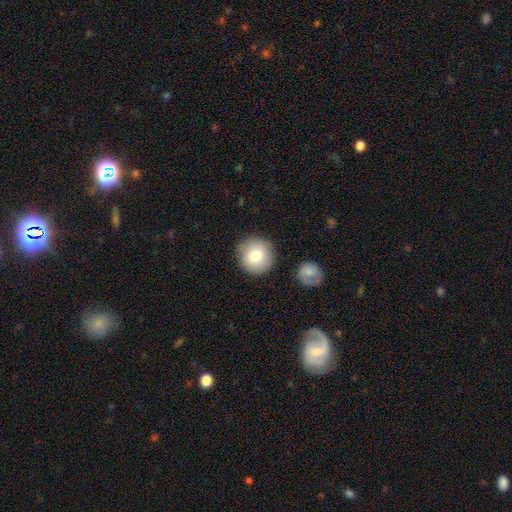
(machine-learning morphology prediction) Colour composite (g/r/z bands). It shows a smooth galaxy with no disk features (82%) that is round (93%). Merging: none (83%).